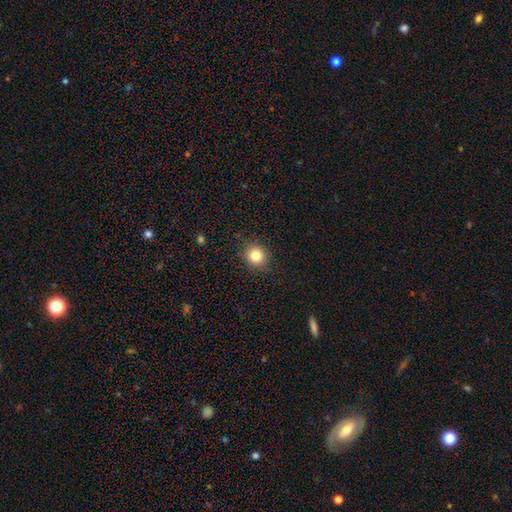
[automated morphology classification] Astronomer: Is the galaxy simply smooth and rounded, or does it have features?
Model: smooth — 82%.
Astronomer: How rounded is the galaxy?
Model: round — 89%.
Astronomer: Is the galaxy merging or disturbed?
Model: none — 89%.